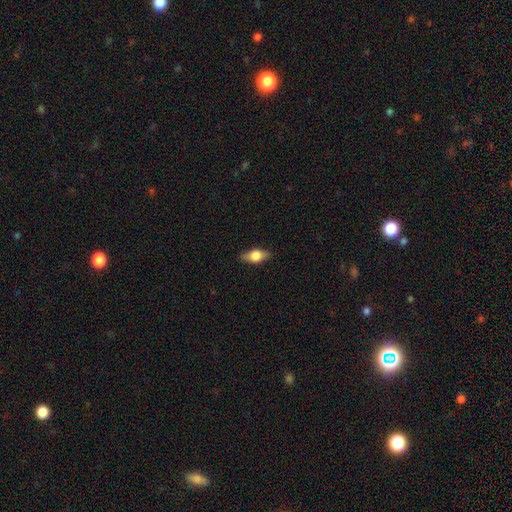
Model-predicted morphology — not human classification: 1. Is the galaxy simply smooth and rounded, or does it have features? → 61% smooth, 32% featured or disk, 7% star or artifact.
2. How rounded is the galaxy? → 78% in between, 15% cigar-shaped, 7% round.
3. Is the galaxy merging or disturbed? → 85% none, 12% minor disturbance, 2% major disturbance, 1% merger.